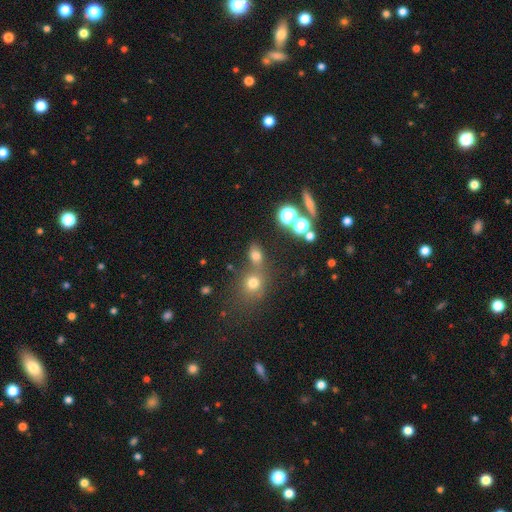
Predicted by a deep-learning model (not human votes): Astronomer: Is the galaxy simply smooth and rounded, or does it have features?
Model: smooth — 67%.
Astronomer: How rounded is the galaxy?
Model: in between — 52% (runner-up: round, 45%).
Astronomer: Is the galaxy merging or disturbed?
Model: none — 56%.